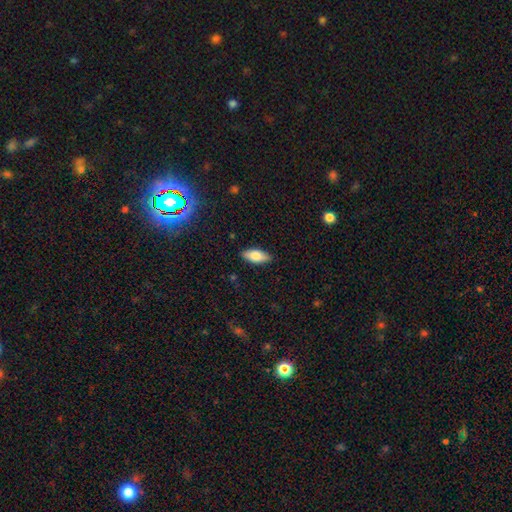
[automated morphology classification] Smooth or featured?
  - smooth: 74% *
  - featured or disk: 19%
  - star or artifact: 7%
How rounded?
  - in between: 82% *
  - cigar-shaped: 16%
  - round: 2%
Merging?
  - none: 88% *
  - minor disturbance: 9%
  - major disturbance: 2%
  - merger: 1%